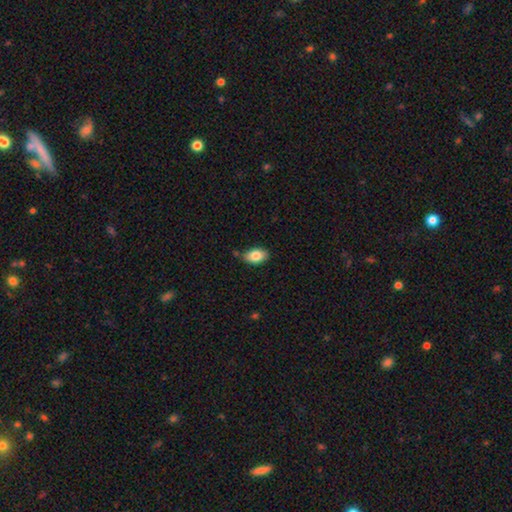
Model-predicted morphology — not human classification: type=smooth (84%); roundness=in between (92%); merging=none (78%).